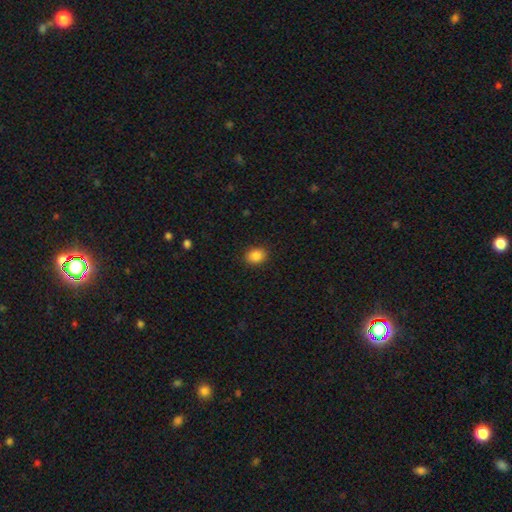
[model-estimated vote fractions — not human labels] Smooth or featured?
  - smooth: 87% *
  - star or artifact: 9%
  - featured or disk: 4%
How rounded?
  - in between: 54% *
  - round: 45%
  - cigar-shaped: 1%
Merging?
  - none: 90% *
  - minor disturbance: 7%
  - major disturbance: 2%
  - merger: 1%